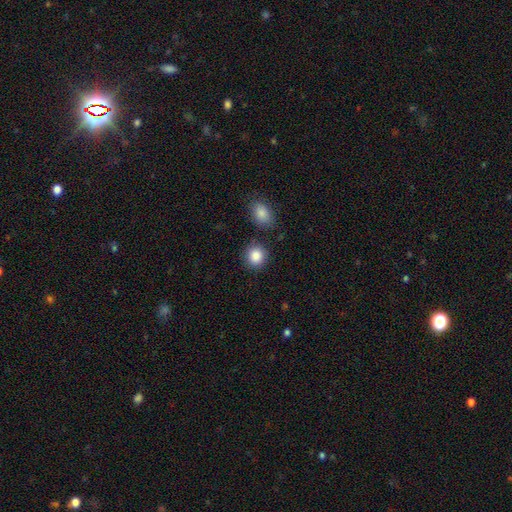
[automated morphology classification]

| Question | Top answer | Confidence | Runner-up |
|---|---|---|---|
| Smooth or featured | smooth | 88% | star or artifact (8%) |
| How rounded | round | 83% | in between (16%) |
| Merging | none | 81% | minor disturbance (10%) |